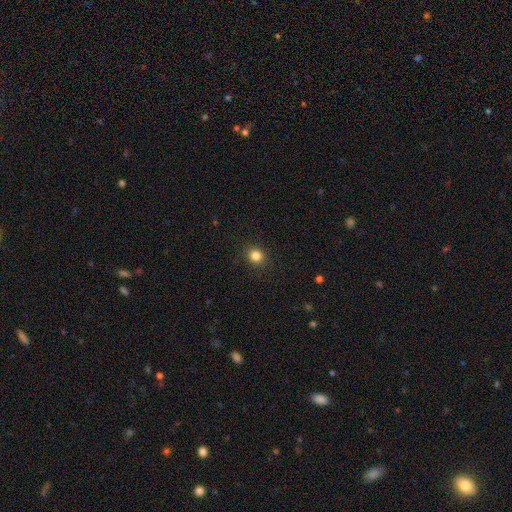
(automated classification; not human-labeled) Q: Smooth or featured?
A: smooth (83%); runner-up: star or artifact (12%)
Q: How rounded?
A: round (86%); runner-up: in between (13%)
Q: Merging?
A: none (91%); runner-up: minor disturbance (6%)